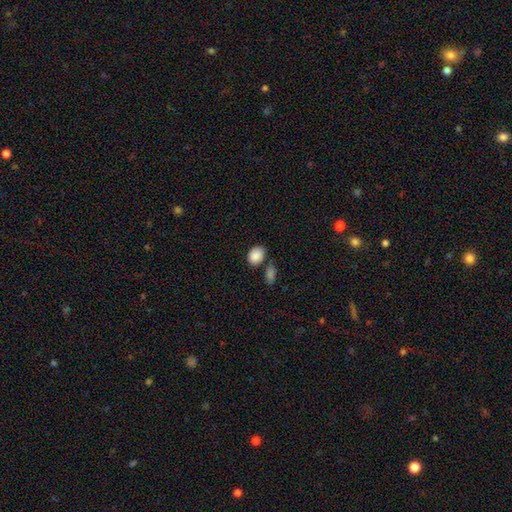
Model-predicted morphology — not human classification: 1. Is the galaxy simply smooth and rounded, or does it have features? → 89% smooth, 7% star or artifact, 4% featured or disk.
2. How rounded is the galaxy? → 68% in between, 31% round, 1% cigar-shaped.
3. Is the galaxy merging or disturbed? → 69% none, 14% merger, 13% minor disturbance, 4% major disturbance.